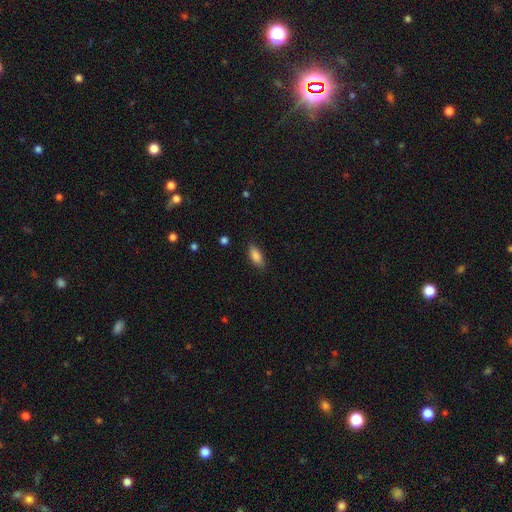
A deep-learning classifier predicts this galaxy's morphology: A smooth galaxy with no disk features (87%) that is in between round and cigar-shaped (82%).

Vote fractions:
- Smooth or featured? smooth: 87% / star or artifact: 7% / featured or disk: 6%
- How rounded? in between: 82% / cigar-shaped: 15% / round: 2%
- Merging? none: 84% / minor disturbance: 12% / major disturbance: 3% / merger: 1%